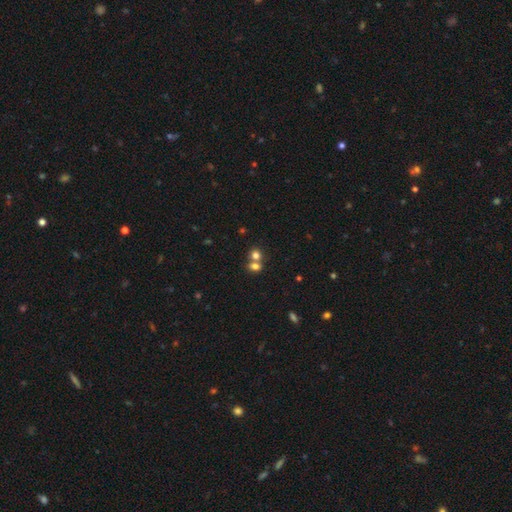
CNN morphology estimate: Smooth or featured? smooth (76%)
How rounded? round (66%)
Merging? merger (52%)